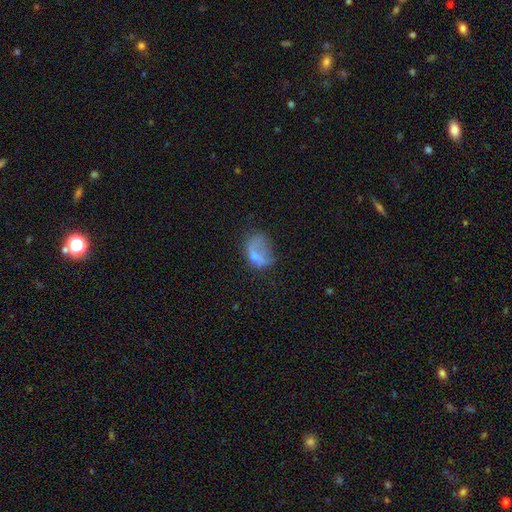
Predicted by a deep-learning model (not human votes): smooth 53%, featured or disk 34%, star or artifact 13%. Down the decision tree: how rounded — in between (76%); merging — major disturbance (44%).